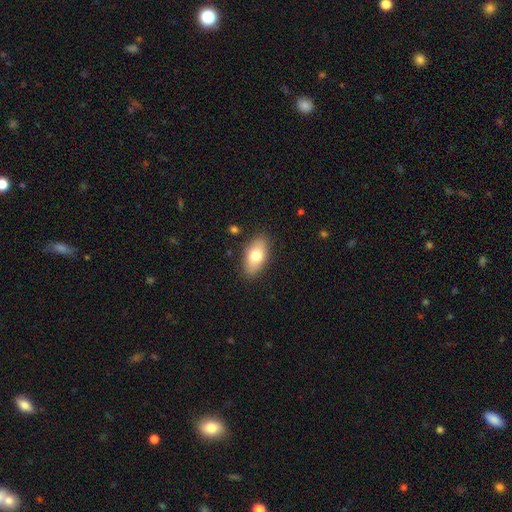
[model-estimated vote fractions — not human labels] smooth-or-featured: smooth: 73% | featured or disk: 20% | star or artifact: 7%
  how-rounded: in between: 90% | round: 5% | cigar-shaped: 5%
  merging: none: 86% | minor disturbance: 10% | major disturbance: 3% | merger: 1%